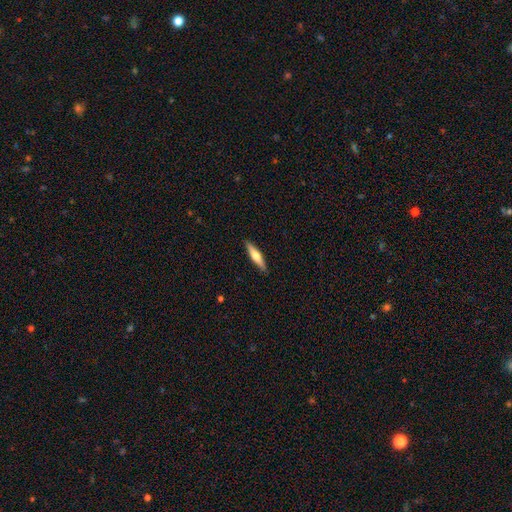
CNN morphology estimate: A smooth galaxy with no disk features (50%) that is cigar-shaped (81%).

Vote fractions:
- Smooth or featured? smooth: 50% / featured or disk: 44% / star or artifact: 6%
- How rounded? cigar-shaped: 81% / in between: 18% / round: 2%
- Merging? none: 90% / minor disturbance: 7% / major disturbance: 2% / merger: 1%